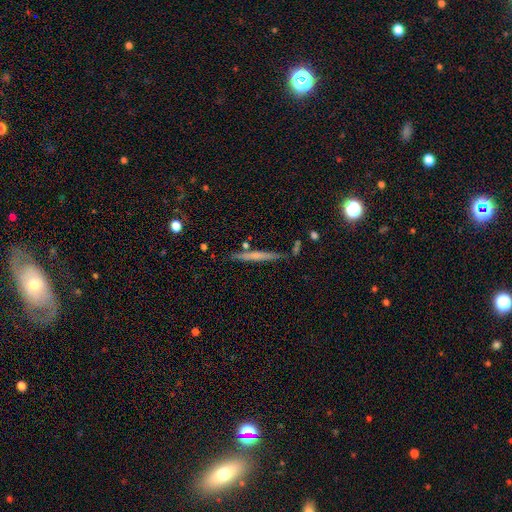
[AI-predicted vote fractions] Smooth or featured? featured or disk (48%)
Merging? none (84%)